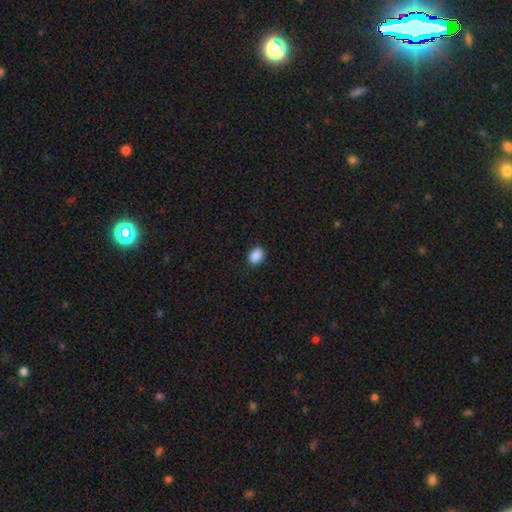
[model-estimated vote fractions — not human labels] A smooth galaxy with no disk features (89%) that is in between round and cigar-shaped (61%).

Vote fractions:
- Smooth or featured? smooth: 89% / star or artifact: 8% / featured or disk: 3%
- How rounded? in between: 61% / round: 38% / cigar-shaped: 1%
- Merging? none: 87% / minor disturbance: 10% / major disturbance: 2% / merger: 1%